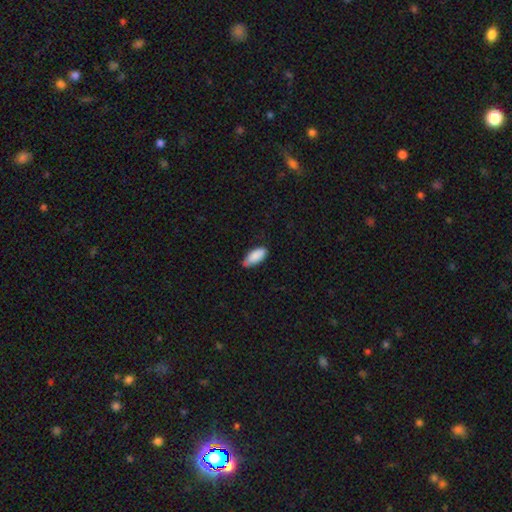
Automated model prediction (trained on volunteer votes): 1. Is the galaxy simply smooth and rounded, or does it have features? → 88% smooth, 6% star or artifact, 5% featured or disk.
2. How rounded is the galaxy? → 89% in between, 9% cigar-shaped, 2% round.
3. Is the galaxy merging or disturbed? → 66% none, 29% minor disturbance, 4% major disturbance, 1% merger.